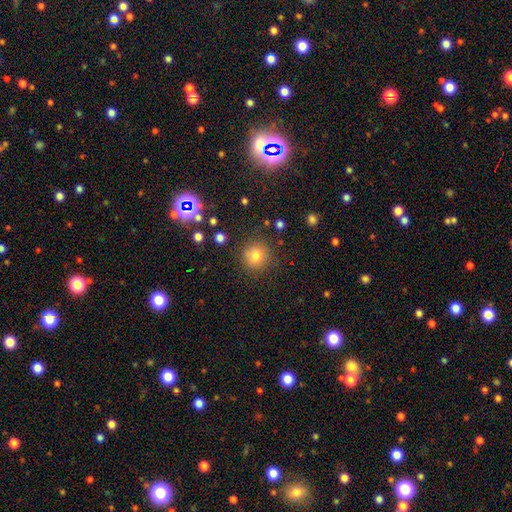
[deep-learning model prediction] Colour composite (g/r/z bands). It shows a smooth galaxy with no disk features (80%) that is round (91%). Merging: none (85%).